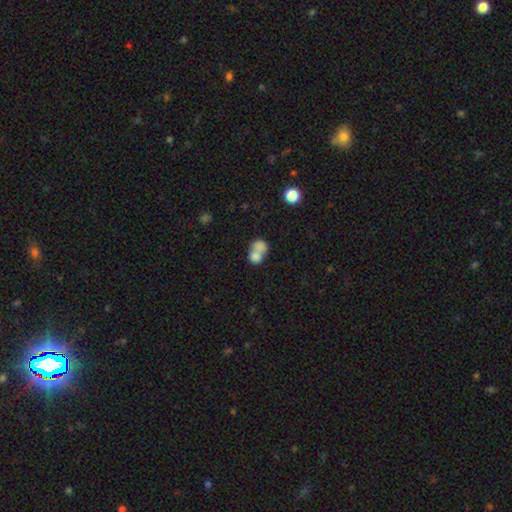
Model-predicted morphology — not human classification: A smooth galaxy with no disk features (76%) that is round (53%).

Vote fractions:
- Smooth or featured? smooth: 76% / featured or disk: 15% / star or artifact: 9%
- How rounded? round: 53% / in between: 46% / cigar-shaped: 1%
- Merging? merger: 70% / none: 20% / minor disturbance: 6% / major disturbance: 4%